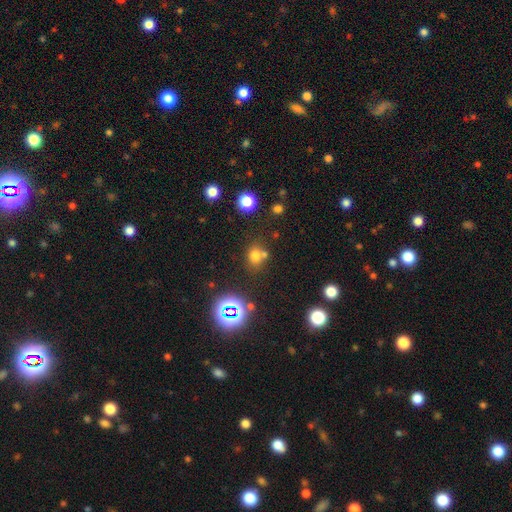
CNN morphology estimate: smooth_or_featured: smooth (p=0.68) [alt: star or artifact p=0.23]
how_rounded: round (p=0.65) [alt: in between p=0.34]
merging: none (p=0.59) [alt: merger p=0.25]